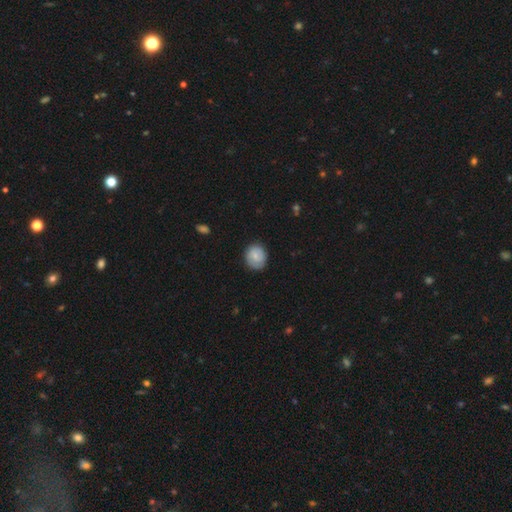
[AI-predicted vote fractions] Overall: smooth (64%; featured or disk 29%). How rounded: round (74%). Merging: none (81%).